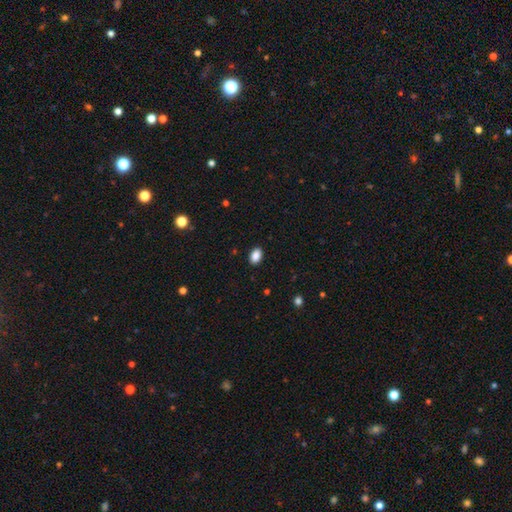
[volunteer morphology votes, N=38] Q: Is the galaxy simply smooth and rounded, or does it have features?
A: smooth — 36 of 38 (95%).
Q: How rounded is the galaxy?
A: in between — 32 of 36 (89%).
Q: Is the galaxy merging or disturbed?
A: none — 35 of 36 (97%).